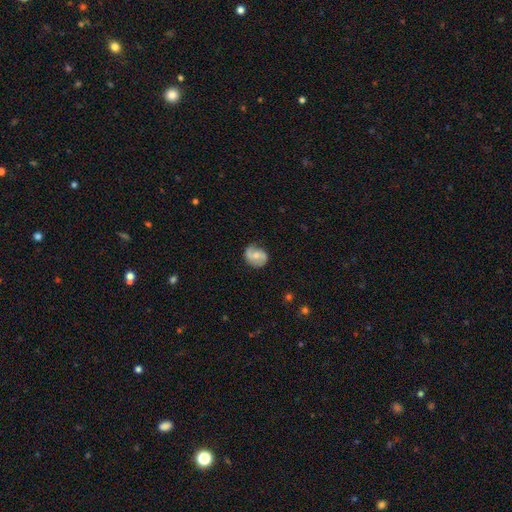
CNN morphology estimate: Overall: featured or disk (65%; smooth 29%). Edge-on disk: no (97%). Bar: no (57%; weak 35%). Spiral arms: yes (89%). Spiral arm count: 2 (83%). Spiral winding: medium (43%; loose 36%). Bulge size: moderate (53%; small 42%). Merging: none (70%).